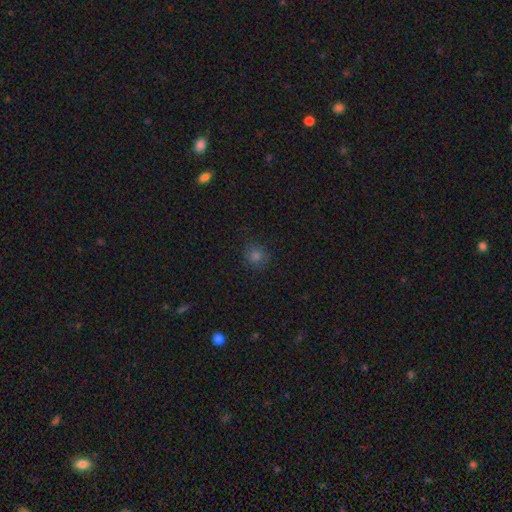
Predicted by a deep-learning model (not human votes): The model was most divided on "smooth or featured": smooth: 75%, star or artifact: 19%, featured or disk: 6%. More confident: how rounded — round (89%); merging — none (87%).